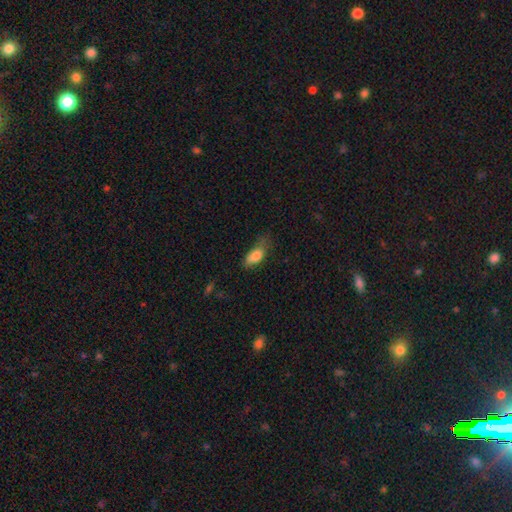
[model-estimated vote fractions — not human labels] A smooth galaxy with no disk features (82%) that is in between round and cigar-shaped (84%). Merging: none (39%).